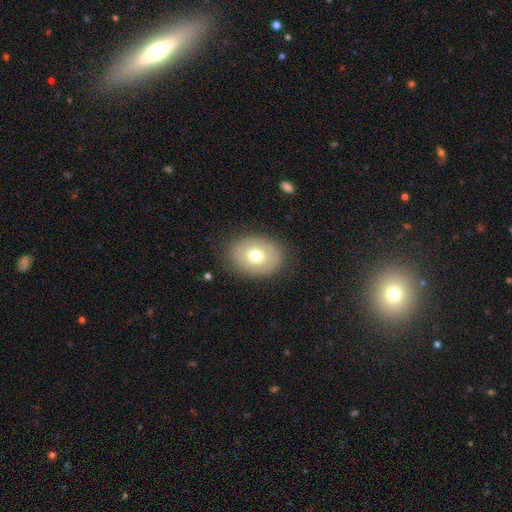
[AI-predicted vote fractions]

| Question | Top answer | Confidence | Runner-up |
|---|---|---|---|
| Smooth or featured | smooth | 67% | featured or disk (25%) |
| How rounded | in between | 63% | round (37%) |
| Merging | none | 84% | minor disturbance (11%) |